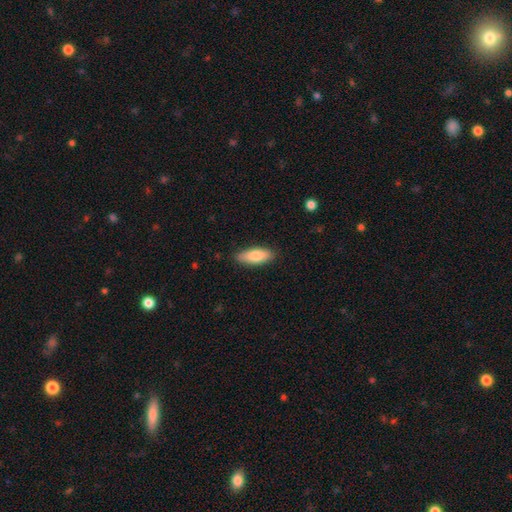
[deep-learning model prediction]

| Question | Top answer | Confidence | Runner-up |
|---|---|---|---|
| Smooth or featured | smooth | 81% | featured or disk (13%) |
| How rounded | in between | 74% | cigar-shaped (24%) |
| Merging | none | 86% | minor disturbance (11%) |